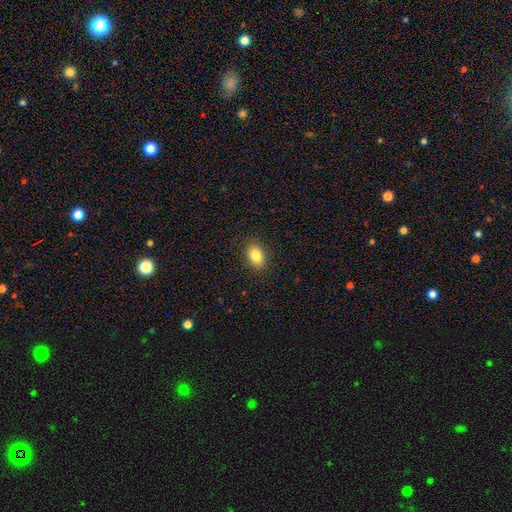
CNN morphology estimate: Overall: smooth (84%). How rounded: in between (83%). Merging: none (89%).